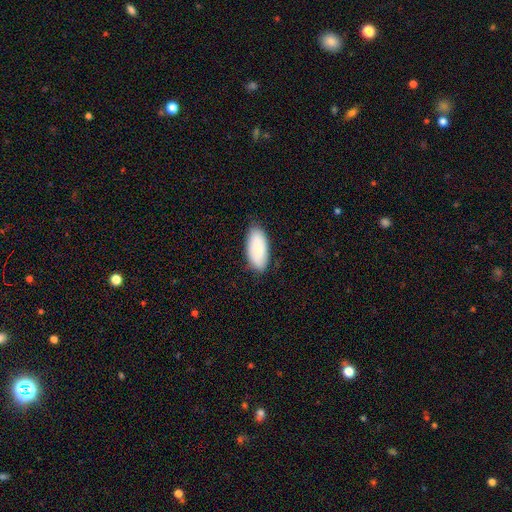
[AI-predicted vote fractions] Smooth or featured: smooth — 82% (featured or disk — 12%)
How rounded: in between — 93% (cigar-shaped — 5%)
Merging: none — 82% (minor disturbance — 14%)